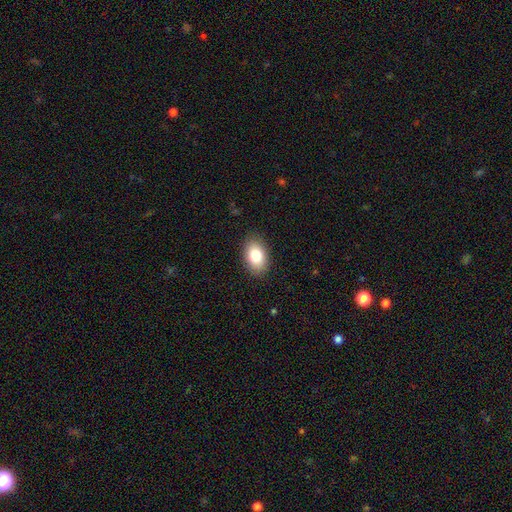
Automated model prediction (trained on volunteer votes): smooth 82%, featured or disk 10%, star or artifact 8%. Down the decision tree: how rounded — in between (89%); merging — none (88%).